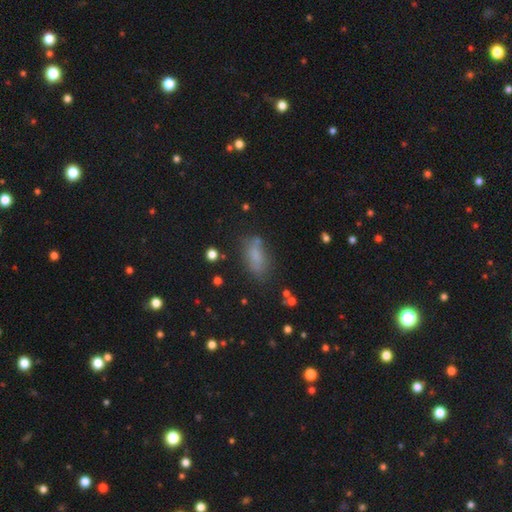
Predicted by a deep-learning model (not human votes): Smooth or featured? smooth (75%)
How rounded? in between (81%)
Merging? none (68%)